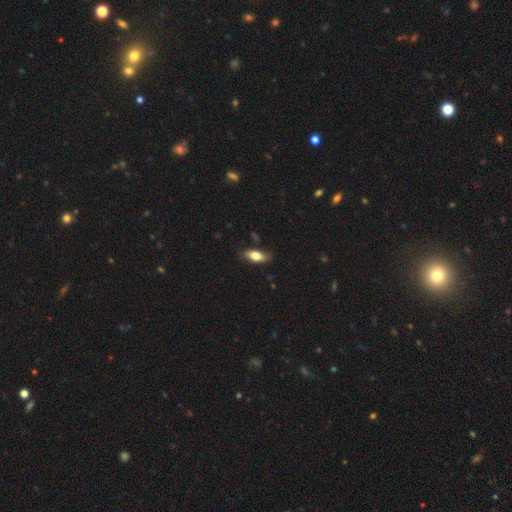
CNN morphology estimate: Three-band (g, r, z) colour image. It shows a smooth galaxy with no disk features (71%) that is in between round and cigar-shaped (83%). Merging: none (74%).